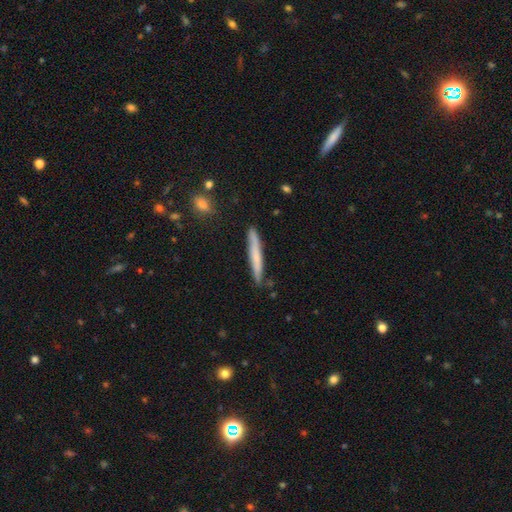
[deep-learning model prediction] smooth-or-featured: smooth: 62% | featured or disk: 32% | star or artifact: 6%
  how-rounded: cigar-shaped: 96% | in between: 3% | round: 1%
  merging: none: 85% | minor disturbance: 11% | major disturbance: 2% | merger: 2%